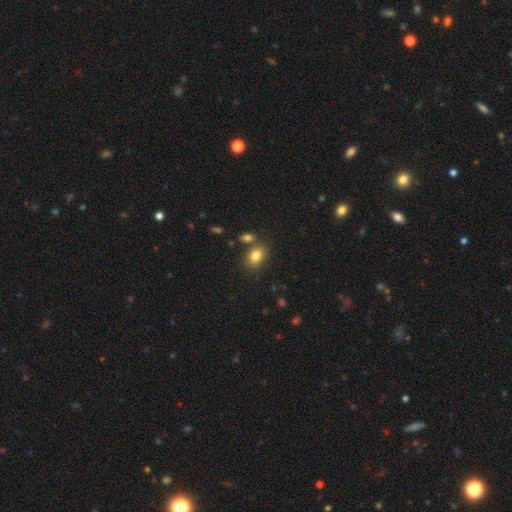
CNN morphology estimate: Smooth or featured: smooth — 82% (star or artifact — 9%)
How rounded: in between — 77% (round — 22%)
Merging: none — 70% (merger — 14%)